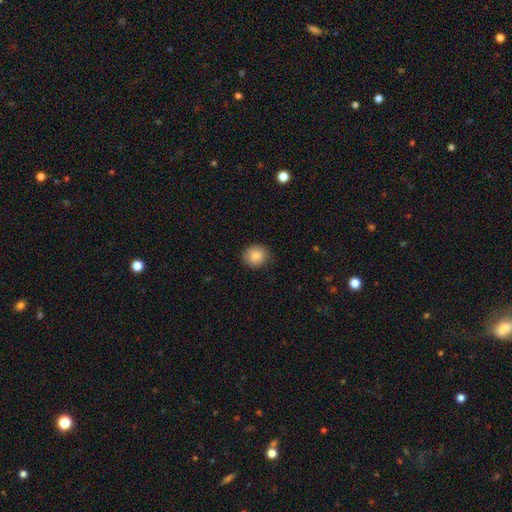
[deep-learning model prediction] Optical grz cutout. It shows a smooth galaxy with no disk features (87%) that is round (81%). Merging: none (86%).